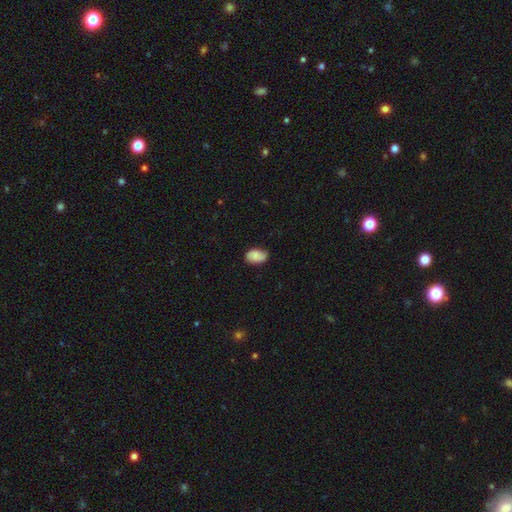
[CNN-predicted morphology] Smooth or featured: smooth — 80% (featured or disk — 13%)
How rounded: in between — 89% (round — 10%)
Merging: none — 70% (minor disturbance — 25%)